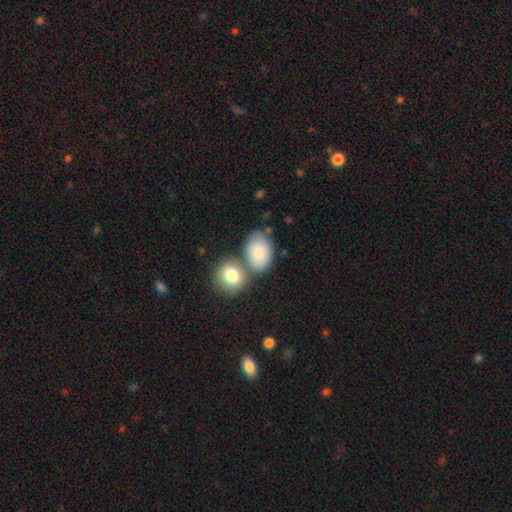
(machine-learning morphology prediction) Smooth or featured?
  - smooth: 78% *
  - featured or disk: 14%
  - star or artifact: 8%
How rounded?
  - in between: 74% *
  - round: 25%
  - cigar-shaped: 1%
Merging?
  - none: 49% *
  - merger: 31%
  - minor disturbance: 15%
  - major disturbance: 5%